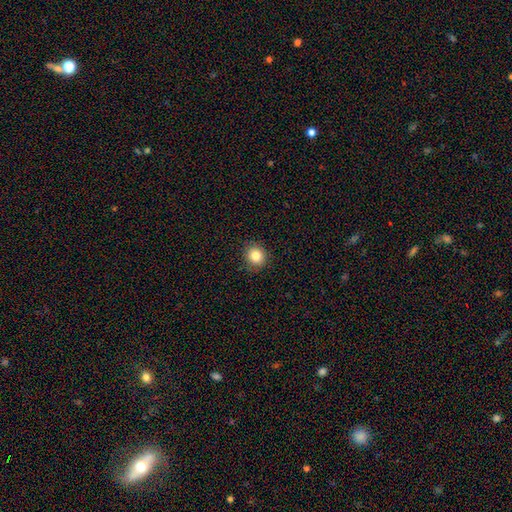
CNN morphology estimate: Overall: smooth (84%). How rounded: round (87%). Merging: none (89%).